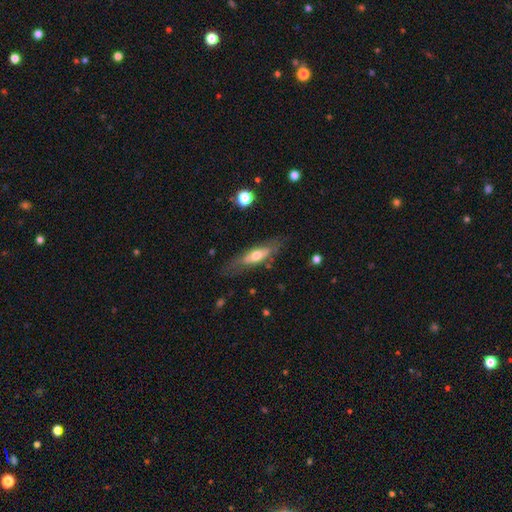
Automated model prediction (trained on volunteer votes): This is possibly a smooth galaxy (47%, tied with featured or disk). Merging: likely none (69%).